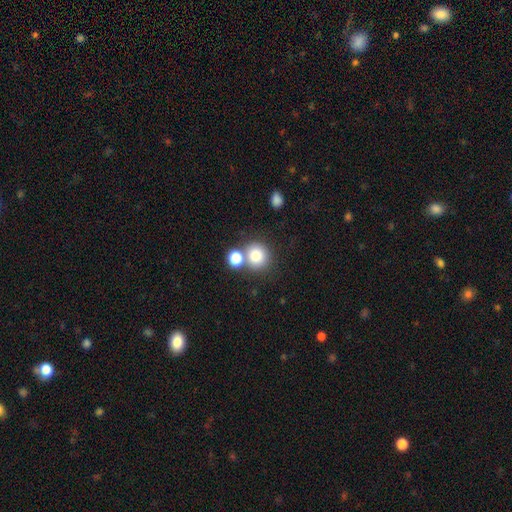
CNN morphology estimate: This appears to be a smooth galaxy with no disk features (79%) that is round (88%). Merging: none (59%).